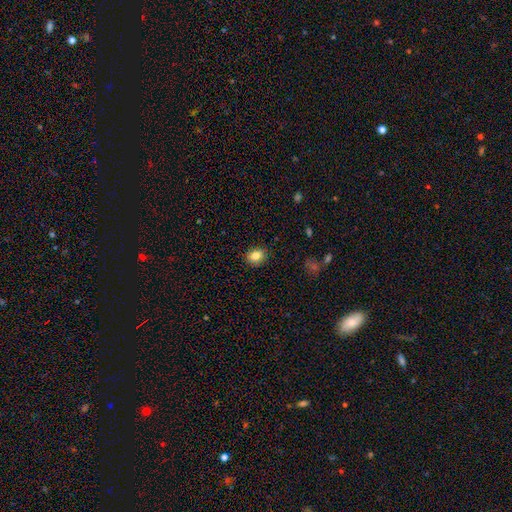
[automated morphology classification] Overall: smooth (83%). How rounded: in between (54%; round 45%). Merging: none (88%).